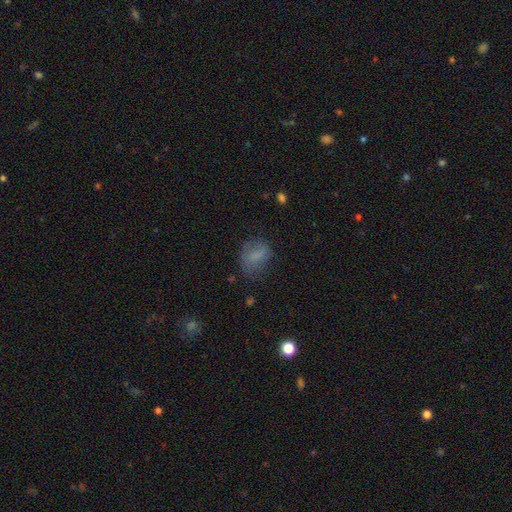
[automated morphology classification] smooth_or_featured: smooth (p=0.67) [alt: featured or disk p=0.20]
how_rounded: in between (p=0.65) [alt: round p=0.32]
merging: none (p=0.50) [alt: minor disturbance p=0.28]